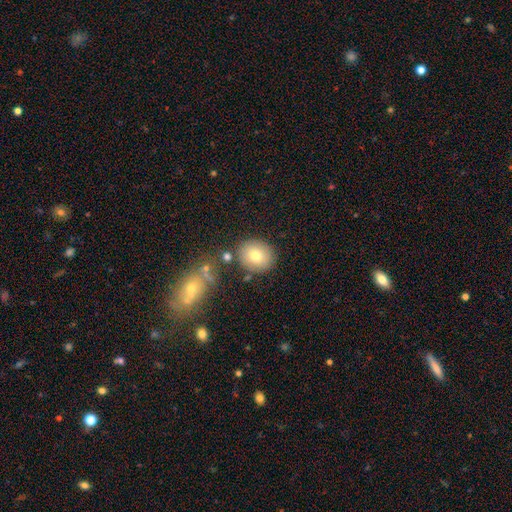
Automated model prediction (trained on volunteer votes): smooth-or-featured: smooth: 75% | featured or disk: 14% | star or artifact: 11%
  how-rounded: round: 72% | in between: 27% | cigar-shaped: 1%
  merging: none: 80% | minor disturbance: 10% | merger: 6% | major disturbance: 3%